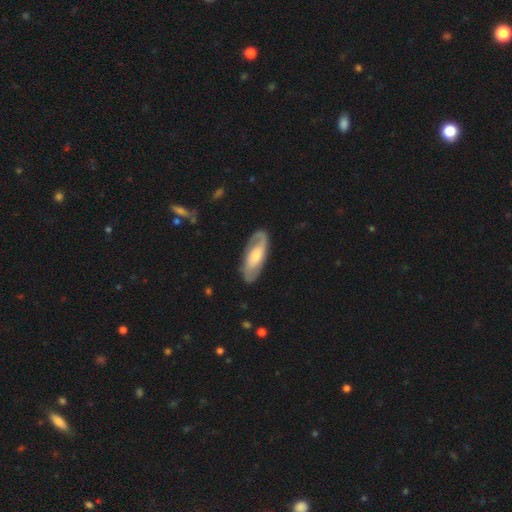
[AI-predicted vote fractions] This is likely a featured or disk galaxy (66%). It is clearly not viewed edge-on (90%). Bar: possibly no (59%). Spiral arm pattern: clearly yes (86%). Spiral arm count: likely 2 (70%). Spiral winding: marginally medium (42%). Central bulge: possibly moderate (46%). Merging: likely none (78%).